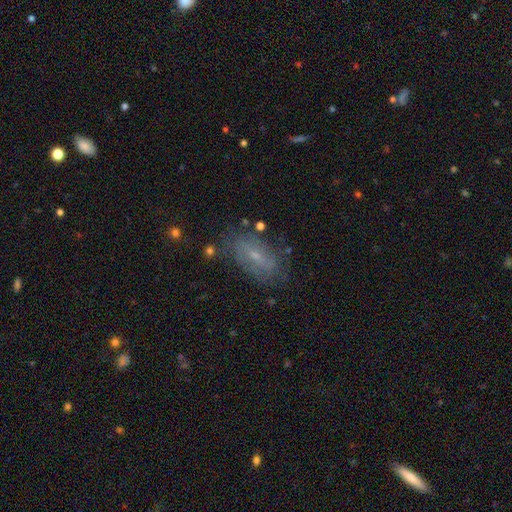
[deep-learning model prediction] featured or disk 52%, smooth 36%, star or artifact 13%. Down the decision tree: edge-on disk — no (88%); merging — none (73%).